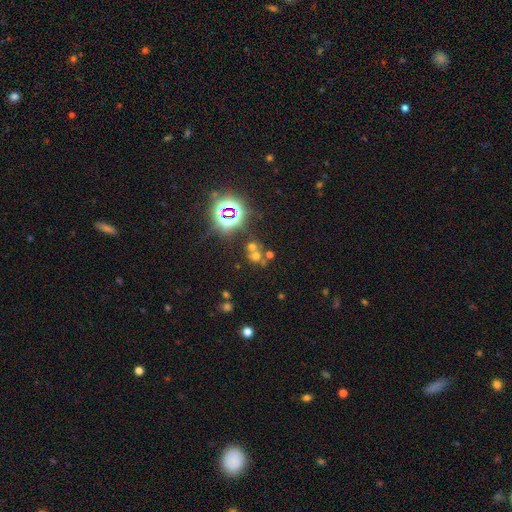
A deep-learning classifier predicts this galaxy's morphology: Q: Smooth or featured?
A: smooth (44%); runner-up: star or artifact (42%)
Q: Merging?
A: none (49%); runner-up: merger (39%)